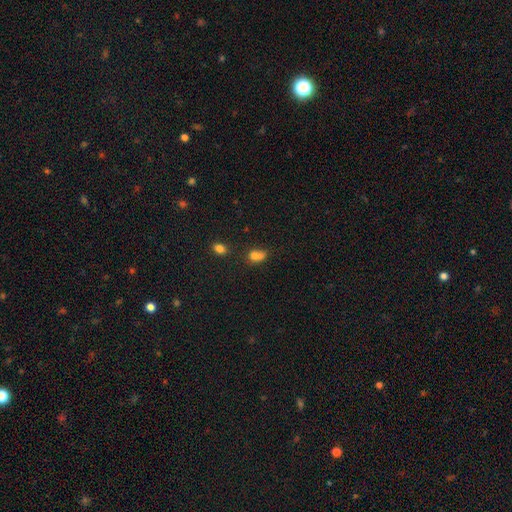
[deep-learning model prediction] Smooth or featured? smooth (73%)
How rounded? in between (51%)
Merging? merger (48%)